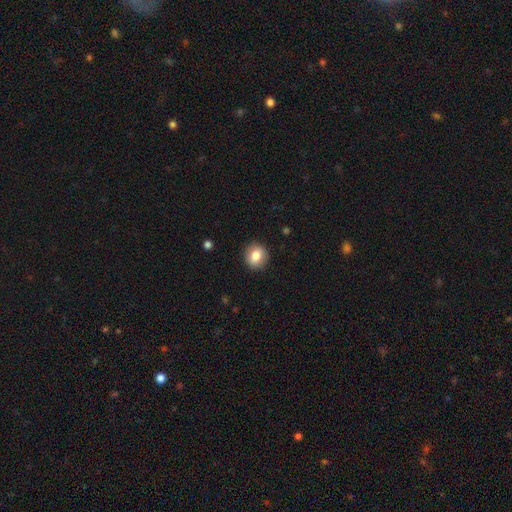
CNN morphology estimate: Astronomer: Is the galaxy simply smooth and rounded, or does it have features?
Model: smooth — 82%.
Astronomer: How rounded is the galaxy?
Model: round — 83%.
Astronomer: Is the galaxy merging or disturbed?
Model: none — 91%.